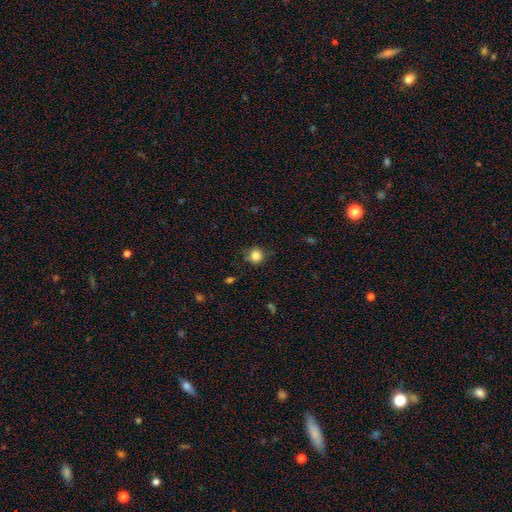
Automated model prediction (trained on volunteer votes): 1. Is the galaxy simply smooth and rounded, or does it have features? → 84% smooth, 11% star or artifact, 5% featured or disk.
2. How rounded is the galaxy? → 92% round, 7% in between, 1% cigar-shaped.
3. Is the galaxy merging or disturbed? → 84% none, 12% minor disturbance, 3% major disturbance, 1% merger.